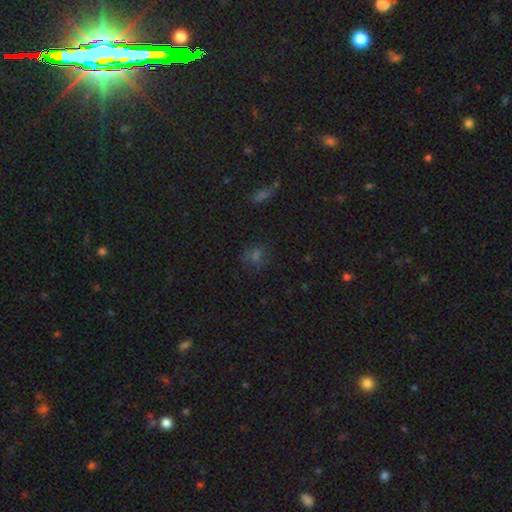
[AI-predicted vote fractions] Q: Smooth or featured?
A: smooth (53%); runner-up: star or artifact (36%)
Q: How rounded?
A: round (73%); runner-up: in between (25%)
Q: Merging?
A: none (73%); runner-up: minor disturbance (16%)